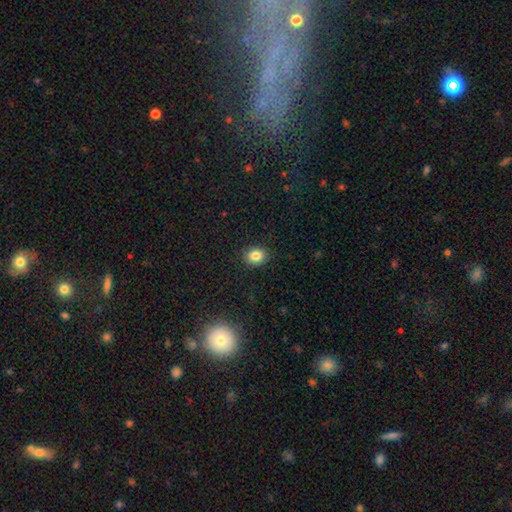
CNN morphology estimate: Smooth or featured? smooth (84%)
How rounded? round (62%)
Merging? none (90%)